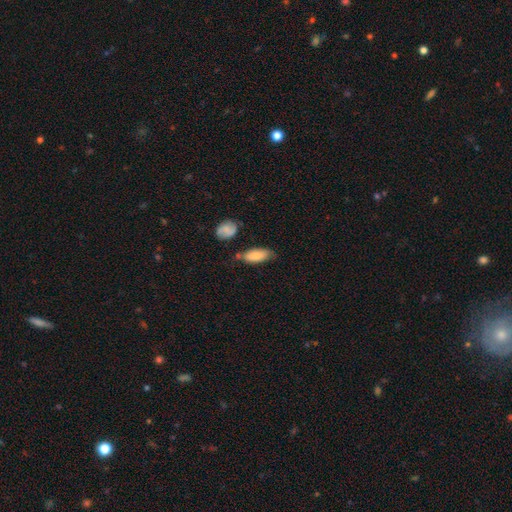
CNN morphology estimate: type=smooth (83%); roundness=in between (80%); merging=none (62%).